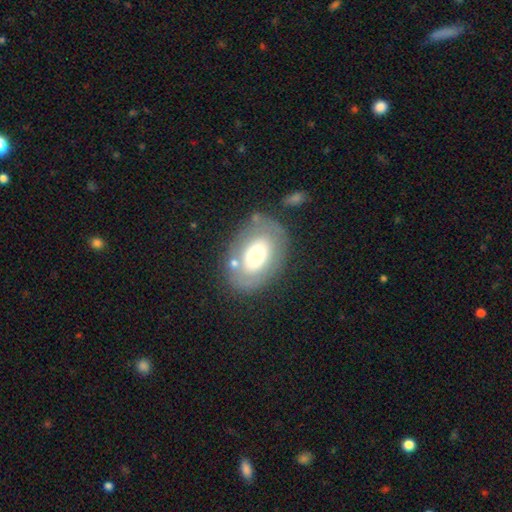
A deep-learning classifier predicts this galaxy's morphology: smooth-or-featured: smooth: 54% | featured or disk: 38% | star or artifact: 8%
  how-rounded: in between: 81% | round: 18% | cigar-shaped: 1%
  merging: none: 71% | minor disturbance: 15% | major disturbance: 8% | merger: 6%